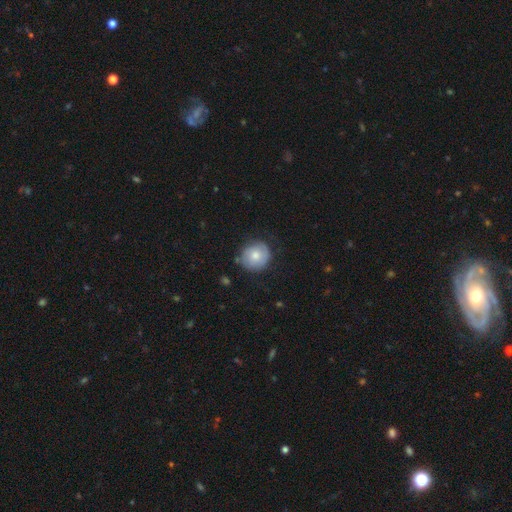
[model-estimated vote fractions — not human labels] Smooth or featured: smooth — 71% (featured or disk — 23%)
How rounded: round — 87% (in between — 12%)
Merging: none — 73% (minor disturbance — 20%)